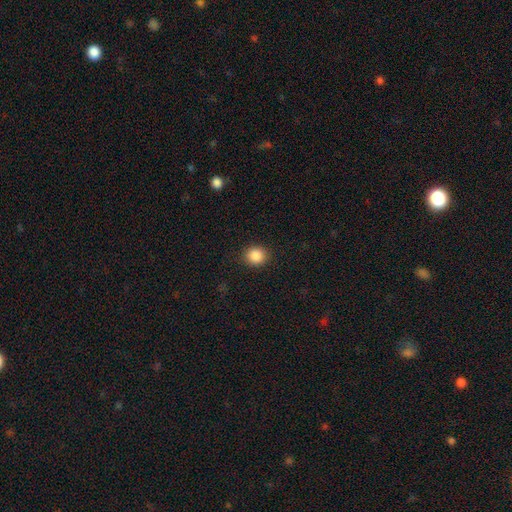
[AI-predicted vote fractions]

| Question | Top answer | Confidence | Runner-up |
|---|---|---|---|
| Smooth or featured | smooth | 87% | star or artifact (9%) |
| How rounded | round | 81% | in between (18%) |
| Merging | none | 90% | minor disturbance (7%) |